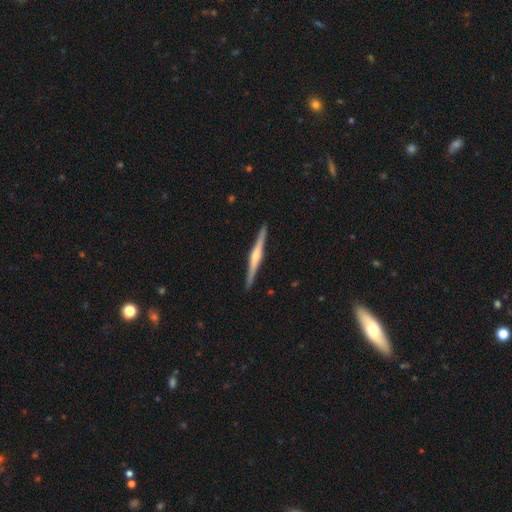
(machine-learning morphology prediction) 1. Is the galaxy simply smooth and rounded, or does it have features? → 79% featured or disk, 16% smooth, 5% star or artifact.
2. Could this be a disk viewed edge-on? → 98% yes, 2% no.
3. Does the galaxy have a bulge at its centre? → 78% rounded, 13% boxy, 9% none.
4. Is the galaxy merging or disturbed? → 92% none, 6% minor disturbance, 1% major disturbance, 1% merger.